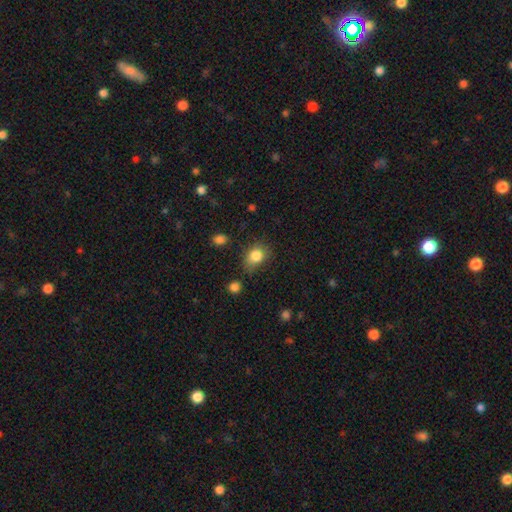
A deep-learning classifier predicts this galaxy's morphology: Smooth or featured?
  - smooth: 84% *
  - star or artifact: 10%
  - featured or disk: 7%
How rounded?
  - in between: 54% *
  - round: 45%
  - cigar-shaped: 1%
Merging?
  - none: 59% *
  - minor disturbance: 28%
  - major disturbance: 9%
  - merger: 4%